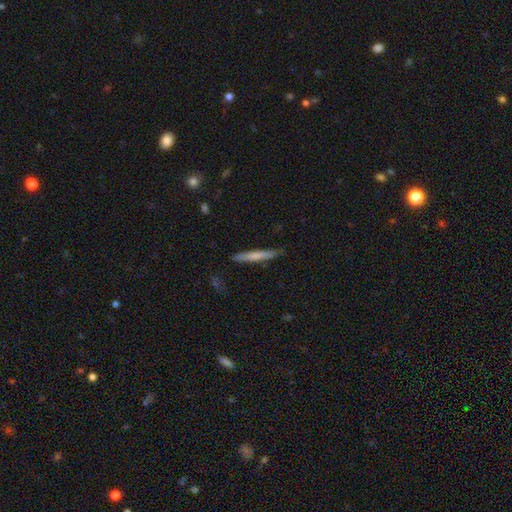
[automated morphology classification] Smooth or featured?
  - smooth: 65% *
  - featured or disk: 30%
  - star or artifact: 5%
How rounded?
  - cigar-shaped: 96% *
  - in between: 3%
  - round: 1%
Merging?
  - none: 87% *
  - minor disturbance: 10%
  - major disturbance: 2%
  - merger: 1%